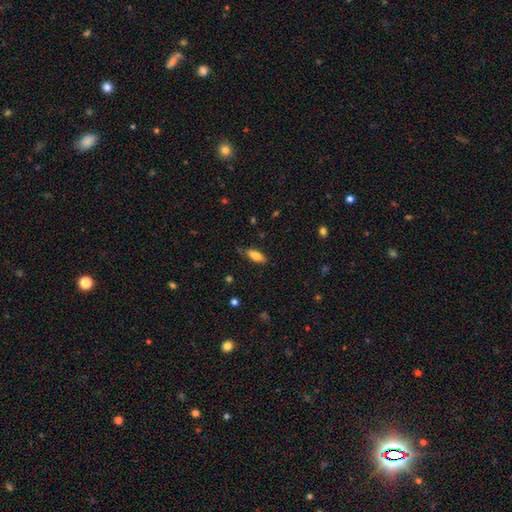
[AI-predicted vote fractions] A smooth galaxy with no disk features (82%) that is in between round and cigar-shaped (77%). Merging: none (79%).